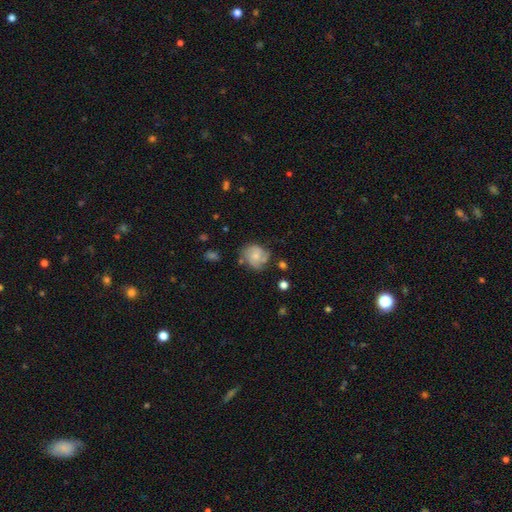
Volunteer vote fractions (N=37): Q: Smooth or featured?
A: smooth (54%); runner-up: featured or disk (41%)
Q: How rounded?
A: round (80%); runner-up: in between (20%)
Q: Merging?
A: none (51%); runner-up: minor disturbance (31%)